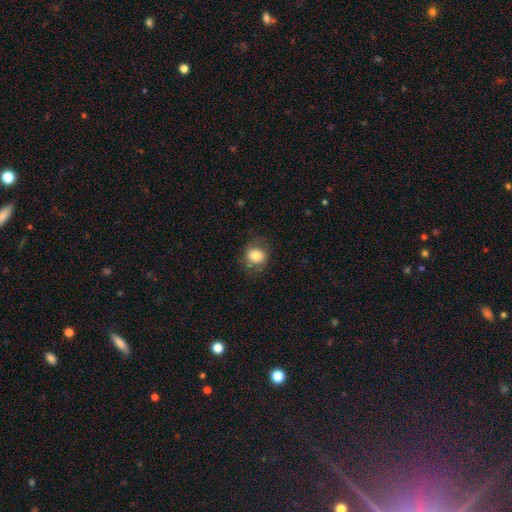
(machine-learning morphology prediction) A smooth galaxy with no disk features (78%) that is round (68%). Merging: none (76%).